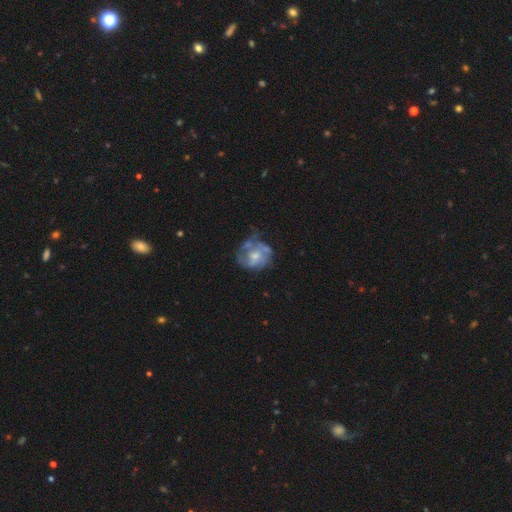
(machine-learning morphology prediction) smooth_or_featured: featured or disk (p=0.65) [alt: smooth p=0.27]
disk_edge_on: no (p=0.98) [alt: yes p=0.02]
bar: no (p=0.72) [alt: weak p=0.24]
has_spiral_arms: no (p=0.53) [alt: yes p=0.47]
bulge_size: moderate (p=0.50) [alt: small p=0.35]
merging: none (p=0.43) [alt: minor disturbance p=0.26]